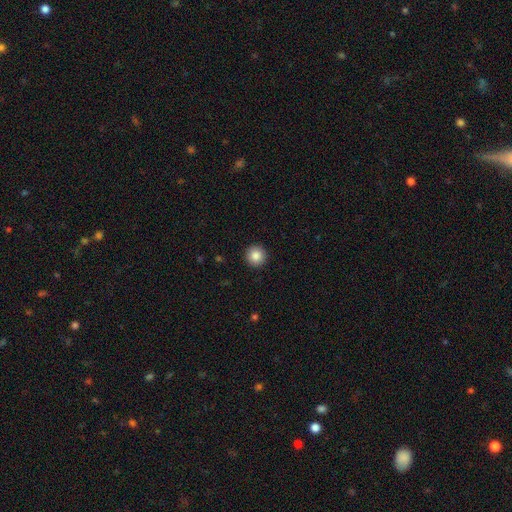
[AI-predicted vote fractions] Q: Smooth or featured?
A: smooth (86%); runner-up: star or artifact (9%)
Q: How rounded?
A: round (96%); runner-up: in between (3%)
Q: Merging?
A: none (93%); runner-up: minor disturbance (4%)